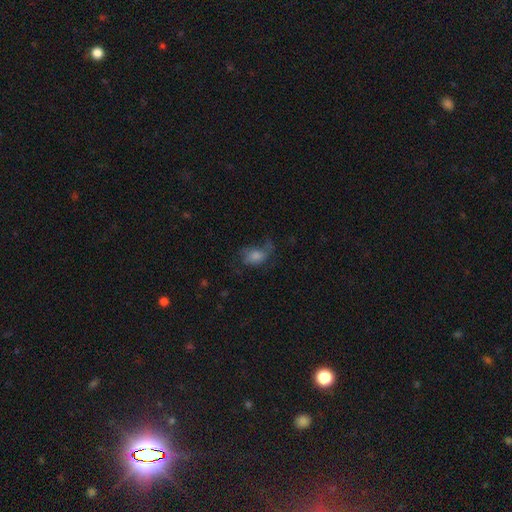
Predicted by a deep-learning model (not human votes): This is possibly a smooth galaxy (48%). Merging: marginally none (41%).